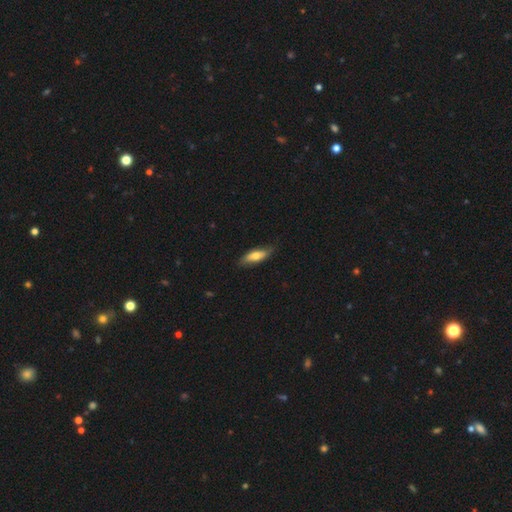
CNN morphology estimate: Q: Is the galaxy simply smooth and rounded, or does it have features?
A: smooth — 67%.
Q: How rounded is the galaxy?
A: in between — 60%.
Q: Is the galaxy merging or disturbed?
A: none — 76%.